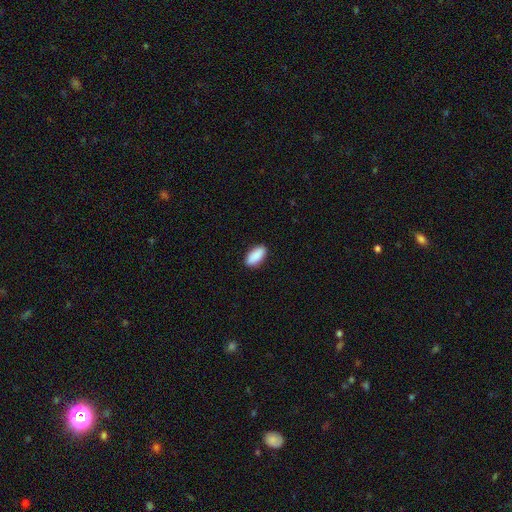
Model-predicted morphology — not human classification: type=smooth (91%); roundness=in between (90%); merging=none (90%).